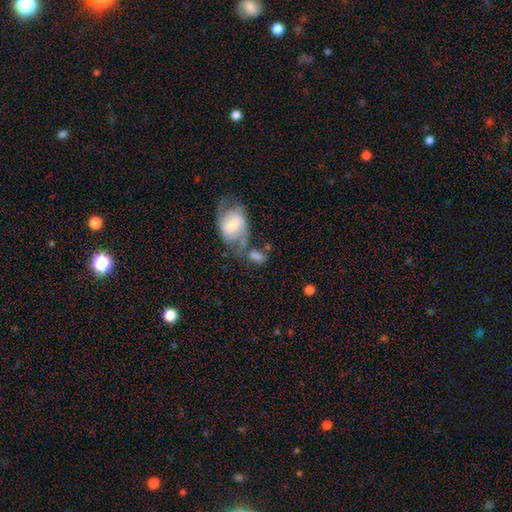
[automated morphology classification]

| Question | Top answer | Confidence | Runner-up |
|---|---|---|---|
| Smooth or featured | smooth | 54% | featured or disk (36%) |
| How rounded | in between | 78% | round (18%) |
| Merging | none | 38% | merger (32%) |